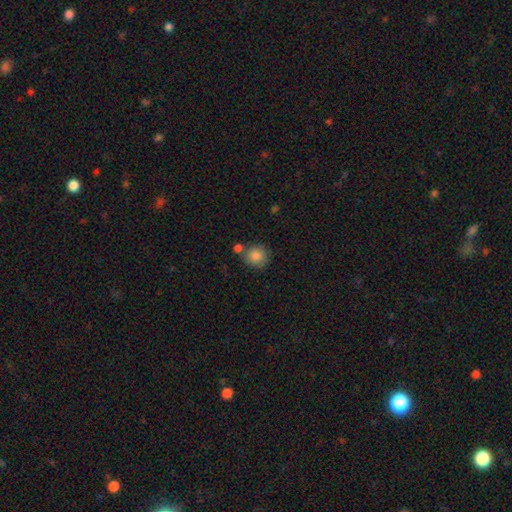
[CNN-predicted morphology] smooth-or-featured: smooth: 85% | star or artifact: 9% | featured or disk: 6%
  how-rounded: round: 86% | in between: 13% | cigar-shaped: 1%
  merging: none: 67% | merger: 17% | minor disturbance: 12% | major disturbance: 4%